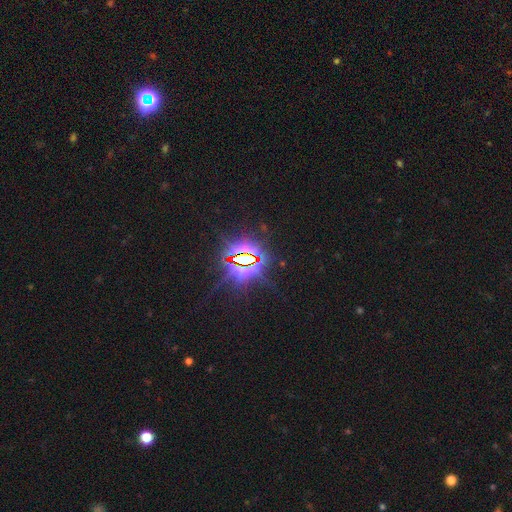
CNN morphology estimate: A star or artifact, not a galaxy (86%).

Vote fractions:
- Smooth or featured? star or artifact: 86% / smooth: 8% / featured or disk: 7%